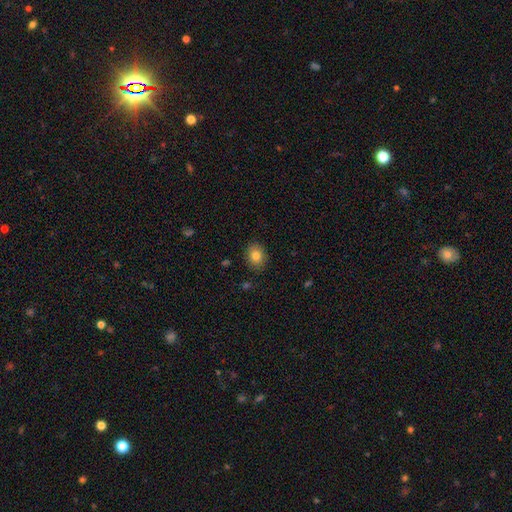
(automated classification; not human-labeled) This is clearly a smooth galaxy (82%). How rounded: possibly round (50%). Merging: clearly none (87%).